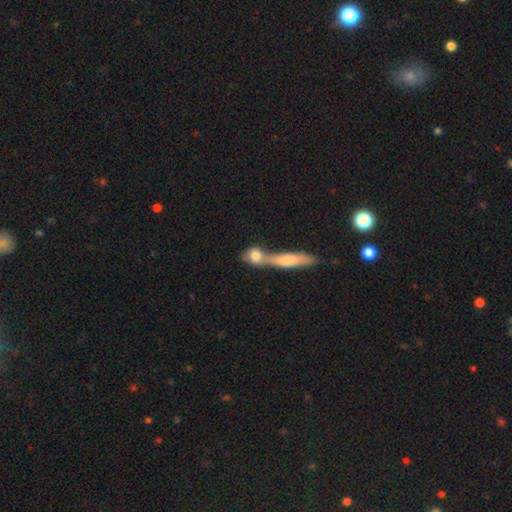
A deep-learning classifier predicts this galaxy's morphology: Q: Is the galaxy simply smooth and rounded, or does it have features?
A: smooth — 73%.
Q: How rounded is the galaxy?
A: round — 58%.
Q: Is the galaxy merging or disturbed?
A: merger — 53%.